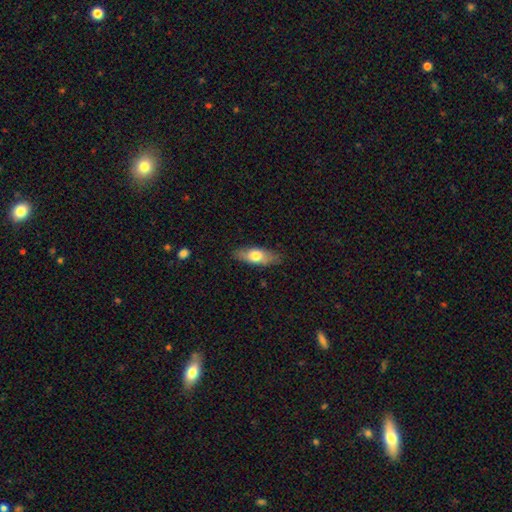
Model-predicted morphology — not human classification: Smooth or featured? Predicted: smooth (p=0.64). How rounded? Predicted: in between (p=0.66). Merging? Predicted: none (p=0.82).